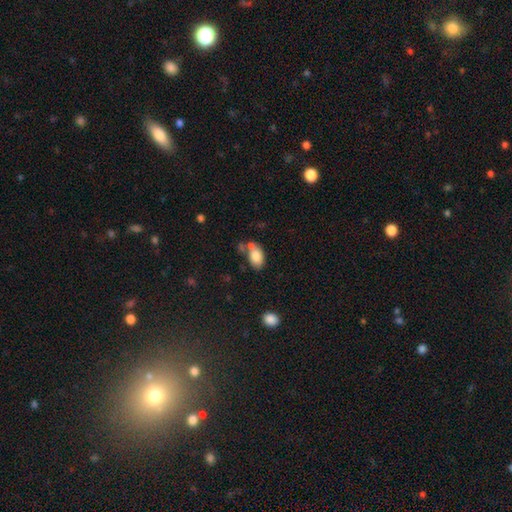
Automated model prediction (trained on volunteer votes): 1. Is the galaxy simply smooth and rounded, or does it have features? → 82% smooth, 11% featured or disk, 8% star or artifact.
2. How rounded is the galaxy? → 90% in between, 9% round, 2% cigar-shaped.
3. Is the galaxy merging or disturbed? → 51% none, 26% merger, 17% minor disturbance, 6% major disturbance.